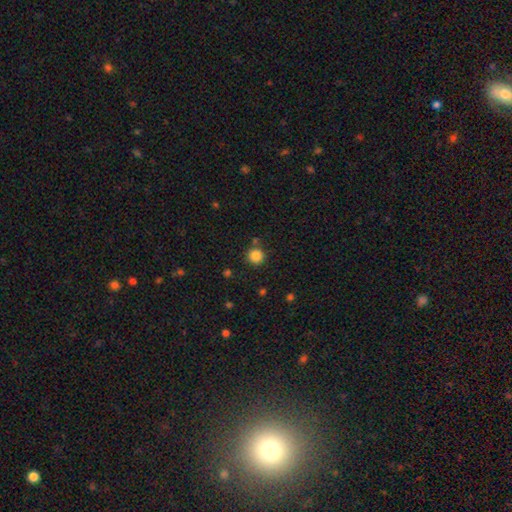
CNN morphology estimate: The model was most divided on "smooth or featured": smooth: 85%, star or artifact: 11%, featured or disk: 4%. More confident: how rounded — round (95%); merging — none (84%).